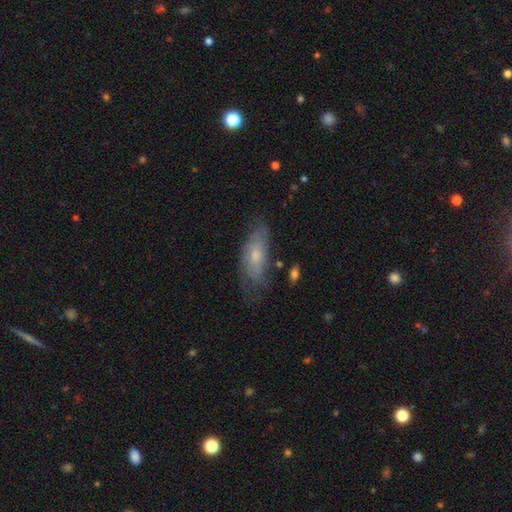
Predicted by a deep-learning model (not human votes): This appears to be a smooth galaxy with no disk features (50%). Merging: none (56%).